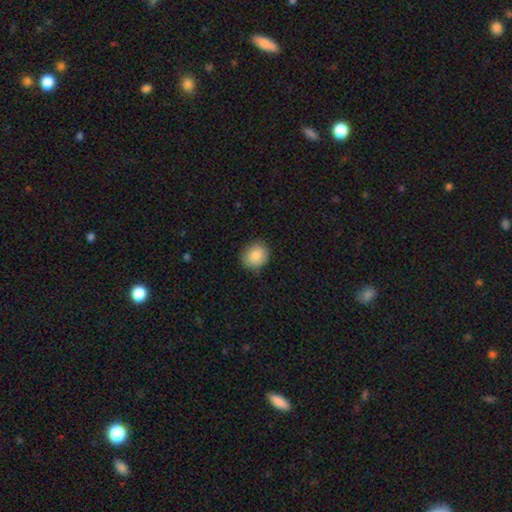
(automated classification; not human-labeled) Smooth or featured?
  - smooth: 87% *
  - star or artifact: 8%
  - featured or disk: 6%
How rounded?
  - round: 73% *
  - in between: 26%
  - cigar-shaped: 1%
Merging?
  - none: 85% *
  - minor disturbance: 12%
  - major disturbance: 2%
  - merger: 1%